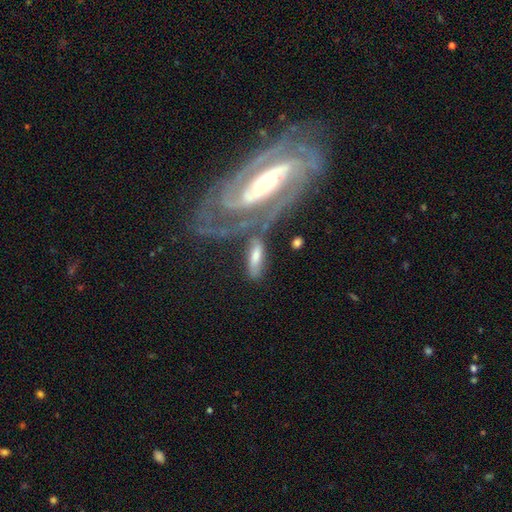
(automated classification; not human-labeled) Smooth or featured? Predicted: featured or disk (p=0.68). Edge-on disk? Predicted: no (p=0.79). Bar? Predicted: no (p=0.39). Spiral arms? Predicted: yes (p=0.86). Bulge size? Predicted: moderate (p=0.54). Merging? Predicted: none (p=0.50).